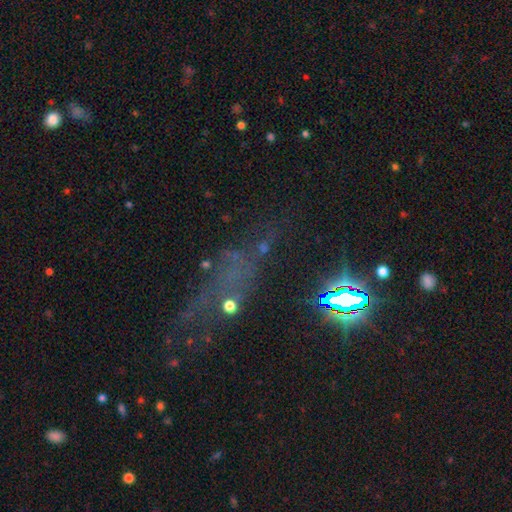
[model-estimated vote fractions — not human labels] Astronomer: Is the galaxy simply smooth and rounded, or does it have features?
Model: star or artifact — 59%.